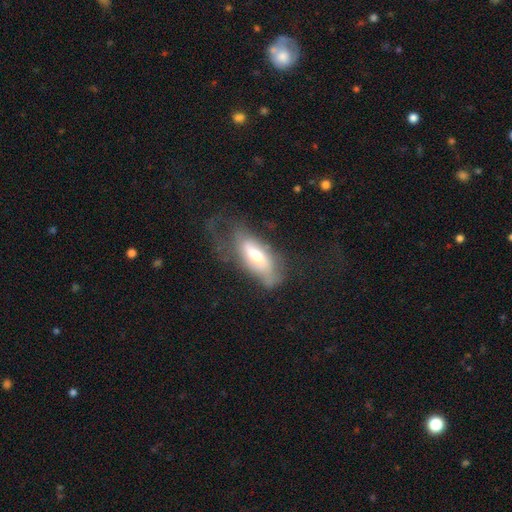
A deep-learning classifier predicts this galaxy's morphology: Smooth or featured? featured or disk (47%)
Merging? major disturbance (35%, tied with none)